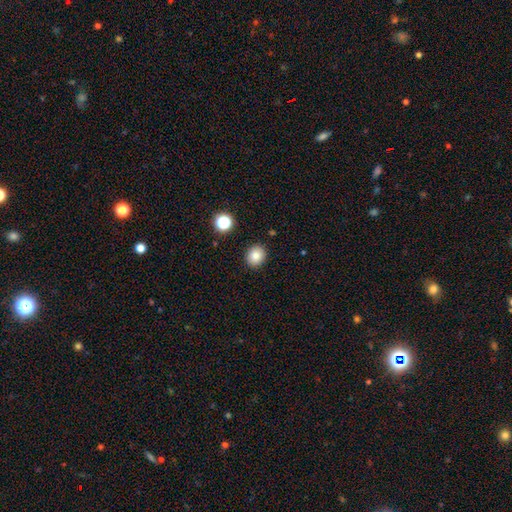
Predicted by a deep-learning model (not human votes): A smooth galaxy with no disk features (82%) that is round (68%).

Vote fractions:
- Smooth or featured? smooth: 82% / star or artifact: 11% / featured or disk: 7%
- How rounded? round: 68% / in between: 31% / cigar-shaped: 1%
- Merging? none: 90% / minor disturbance: 7% / major disturbance: 2% / merger: 2%